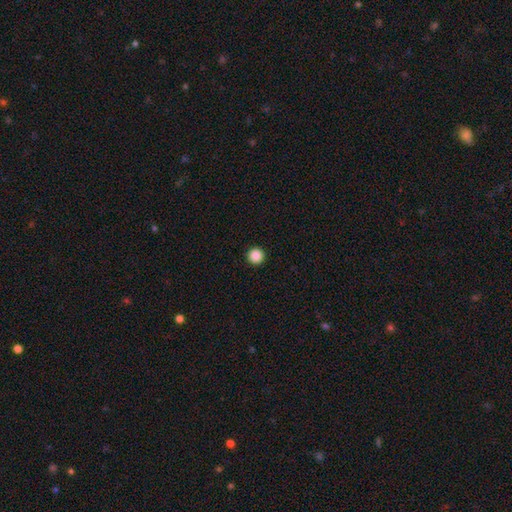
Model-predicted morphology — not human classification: The model was most divided on "smooth or featured": smooth: 88%, star or artifact: 9%, featured or disk: 3%. More confident: how rounded — round (97%); merging — none (94%).